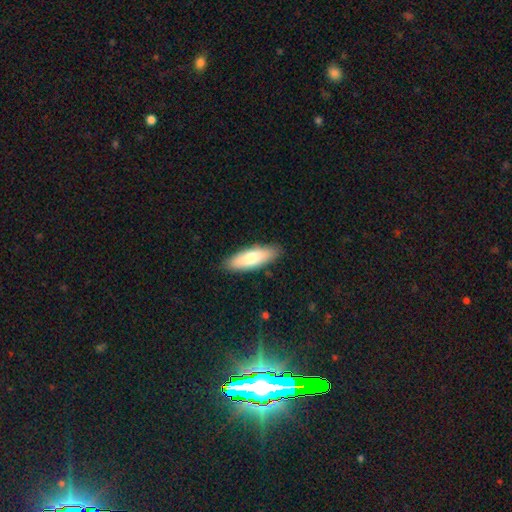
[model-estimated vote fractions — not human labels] A smooth galaxy with no disk features (76%) that is in between round and cigar-shaped (56%).

Vote fractions:
- Smooth or featured? smooth: 76% / featured or disk: 18% / star or artifact: 5%
- How rounded? in between: 56% / cigar-shaped: 42% / round: 2%
- Merging? none: 87% / minor disturbance: 10% / major disturbance: 2% / merger: 1%